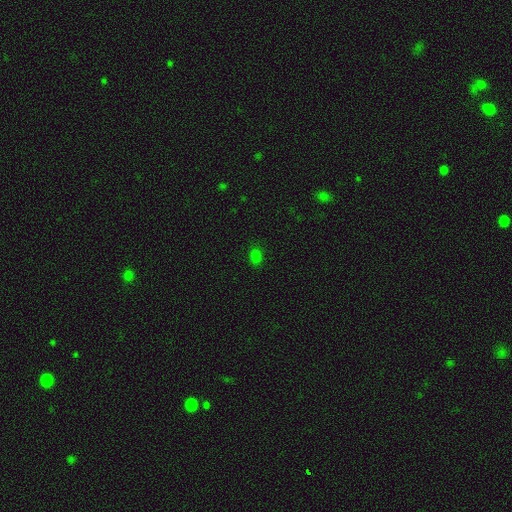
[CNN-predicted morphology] Smooth or featured: smooth — 78% (star or artifact — 19%)
How rounded: in between — 72% (round — 26%)
Merging: none — 86% (minor disturbance — 10%)